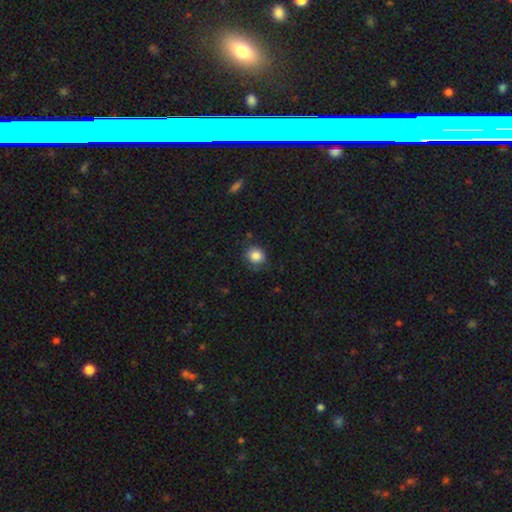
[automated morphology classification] smooth_or_featured: smooth (p=0.86) [alt: star or artifact p=0.09]
how_rounded: round (p=0.80) [alt: in between p=0.19]
merging: none (p=0.79) [alt: minor disturbance p=0.16]